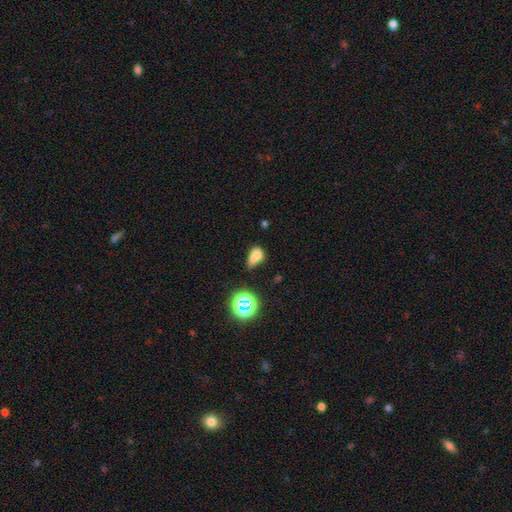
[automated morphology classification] This appears to be a smooth galaxy with no disk features (70%) that is in between round and cigar-shaped (74%). Merging: minor disturbance (34%).